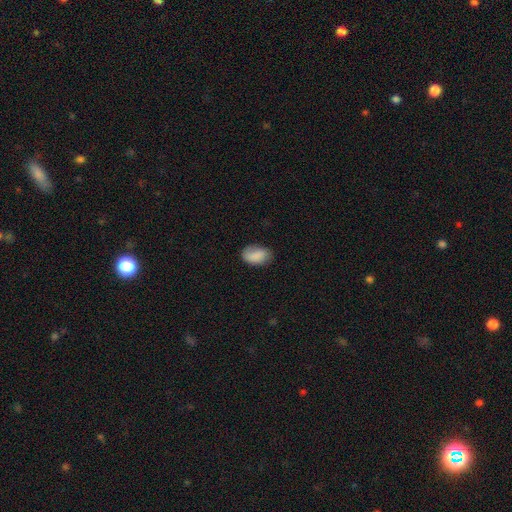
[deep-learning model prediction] Morphology: type=smooth (84%); roundness=in between (89%); merging=none (70%).